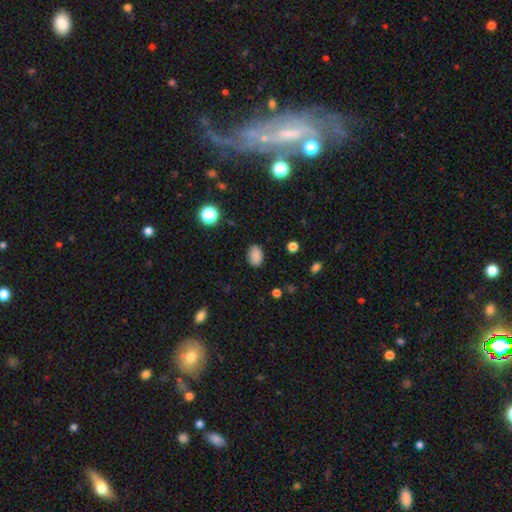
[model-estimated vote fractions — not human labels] A smooth galaxy with no disk features (86%) that is in between round and cigar-shaped (84%). Merging: none (86%).